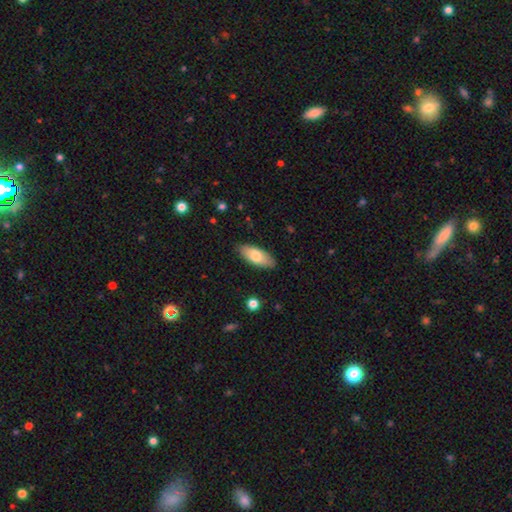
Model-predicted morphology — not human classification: smooth-or-featured: smooth: 74% | featured or disk: 20% | star or artifact: 6%
  how-rounded: in between: 83% | cigar-shaped: 15% | round: 2%
  merging: none: 87% | minor disturbance: 10% | major disturbance: 2% | merger: 1%